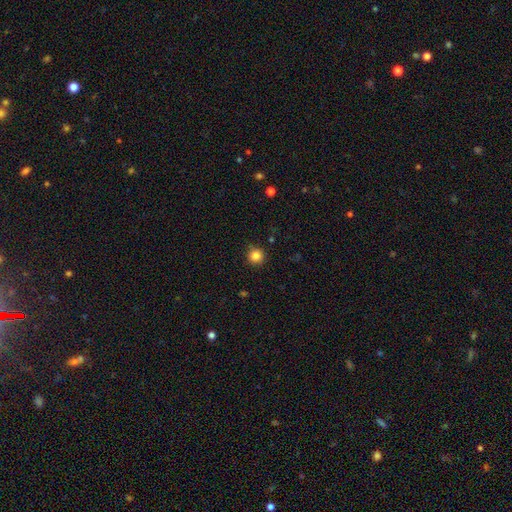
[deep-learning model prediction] Morphology: type=smooth (84%); roundness=round (95%); merging=none (90%).